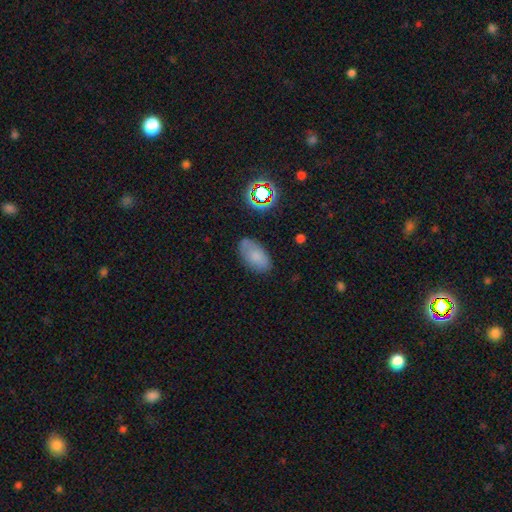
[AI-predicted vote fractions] Smooth or featured? Predicted: smooth (p=0.77). How rounded? Predicted: in between (p=0.93). Merging? Predicted: none (p=0.76).